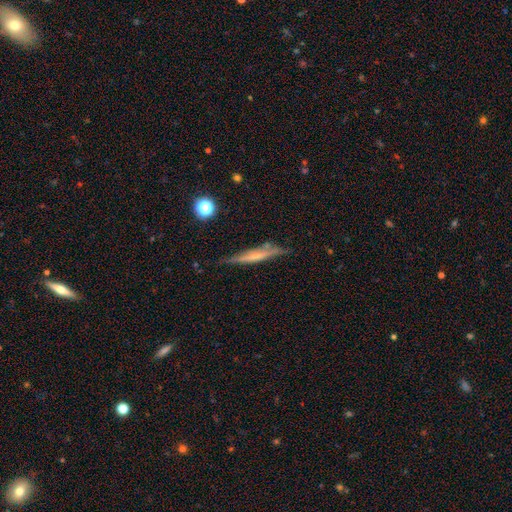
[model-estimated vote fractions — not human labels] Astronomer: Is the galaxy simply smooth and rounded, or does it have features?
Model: featured or disk — 54% (runner-up: smooth, 38%).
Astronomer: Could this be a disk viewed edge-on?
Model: yes — 92%.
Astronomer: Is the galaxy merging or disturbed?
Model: none — 75%.